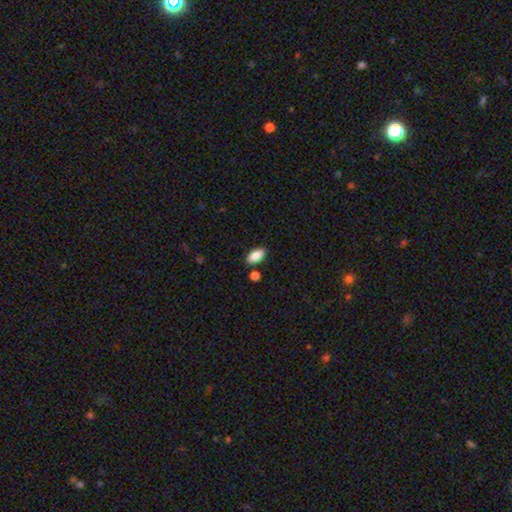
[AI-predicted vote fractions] Q: Smooth or featured?
A: smooth (88%); runner-up: star or artifact (7%)
Q: How rounded?
A: in between (92%); runner-up: cigar-shaped (5%)
Q: Merging?
A: none (82%); runner-up: minor disturbance (11%)